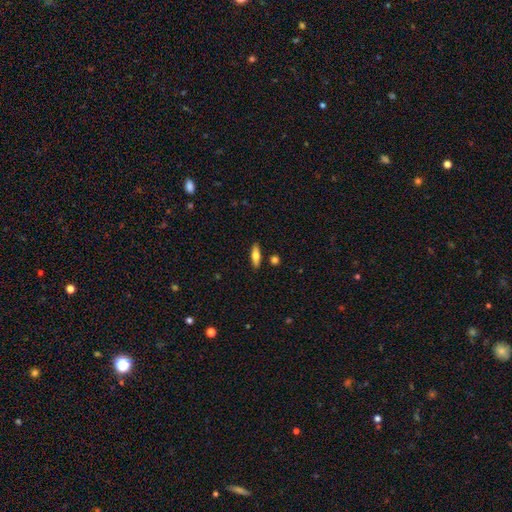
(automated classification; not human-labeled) The model was most divided on "how rounded": in between: 60%, cigar-shaped: 37%, round: 3%. More confident: merging — none (86%); smooth or featured — smooth (66%).